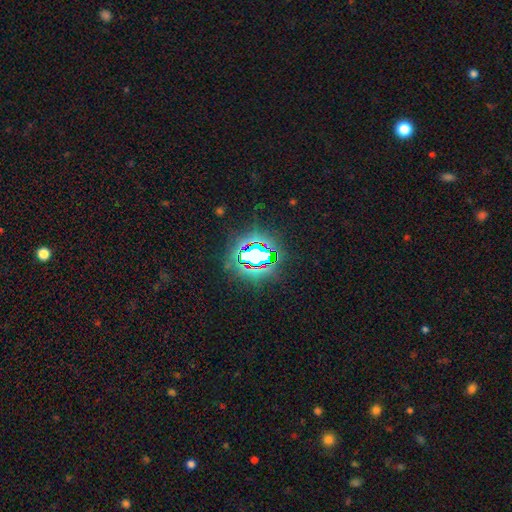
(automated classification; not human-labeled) Morphology: type=star or artifact (73%).